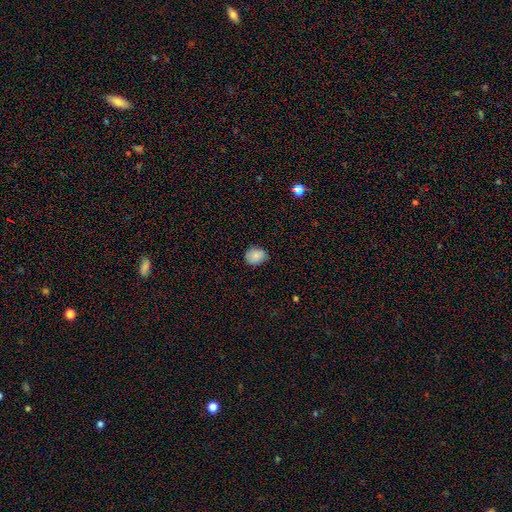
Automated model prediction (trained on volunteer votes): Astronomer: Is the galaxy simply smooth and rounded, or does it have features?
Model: smooth — 85%.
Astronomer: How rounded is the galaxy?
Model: round — 59% (runner-up: in between, 40%).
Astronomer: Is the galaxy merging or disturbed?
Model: none — 80%.